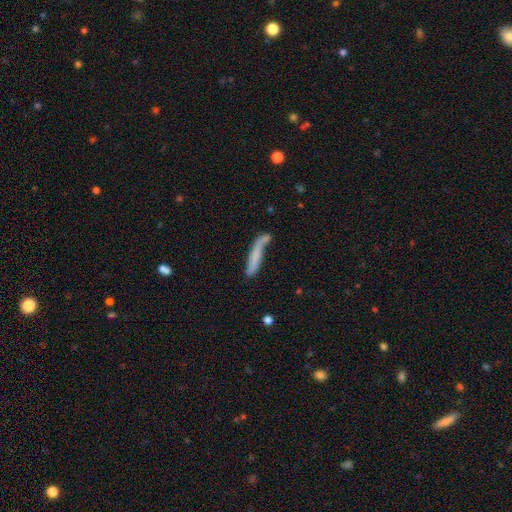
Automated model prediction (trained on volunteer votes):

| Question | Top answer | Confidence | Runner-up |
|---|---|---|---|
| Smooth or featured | smooth | 63% | featured or disk (29%) |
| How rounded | cigar-shaped | 90% | in between (8%) |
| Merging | none | 43% | minor disturbance (27%) |